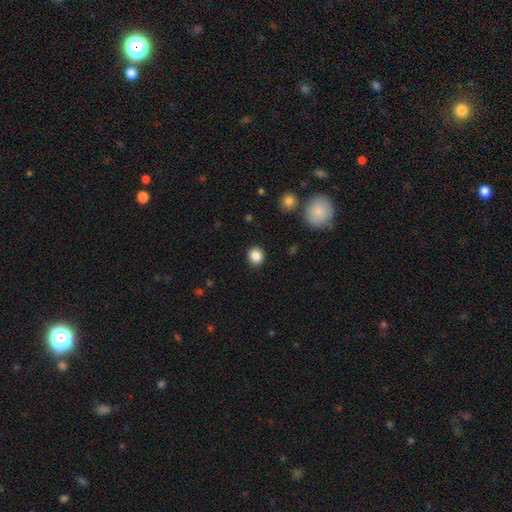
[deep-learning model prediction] smooth-or-featured: smooth: 87% | star or artifact: 9% | featured or disk: 4%
  how-rounded: round: 72% | in between: 27% | cigar-shaped: 1%
  merging: none: 90% | minor disturbance: 7% | major disturbance: 2% | merger: 1%